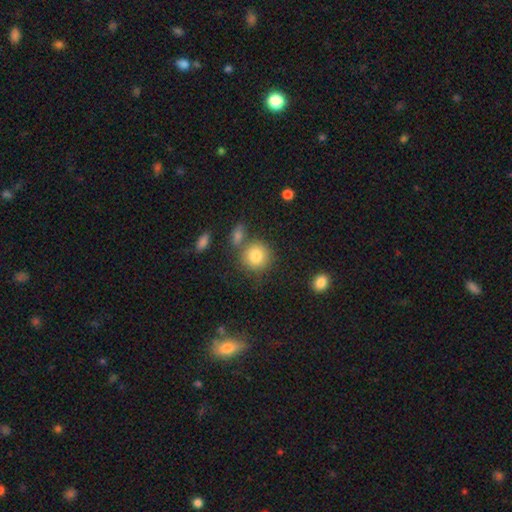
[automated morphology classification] type=smooth (82%); roundness=round (89%); merging=none (65%).